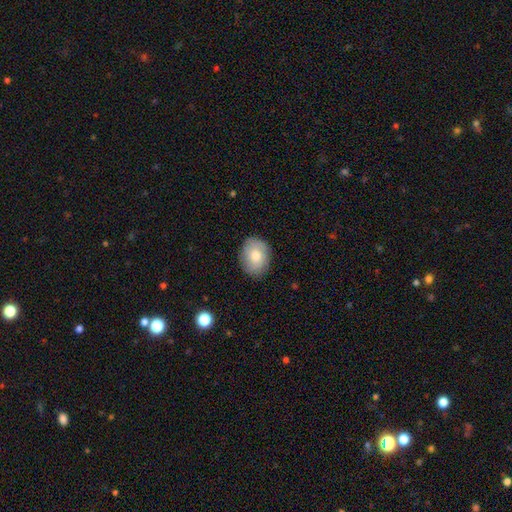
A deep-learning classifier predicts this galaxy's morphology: This is likely a smooth galaxy (73%). How rounded: likely in between (61%). Merging: clearly none (84%).